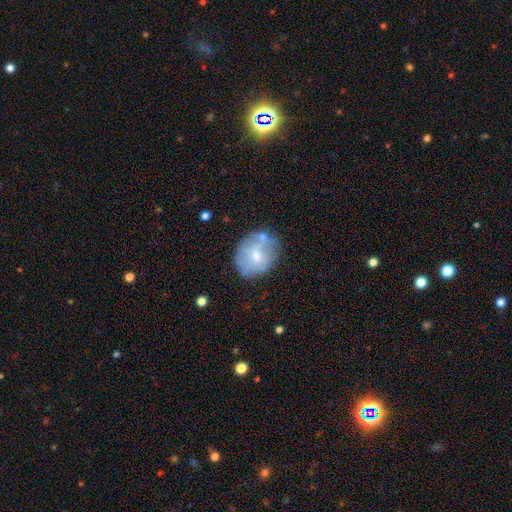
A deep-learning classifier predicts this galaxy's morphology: Smooth or featured?
  - smooth: 53% *
  - featured or disk: 38%
  - star or artifact: 9%
How rounded?
  - round: 56% *
  - in between: 43%
  - cigar-shaped: 1%
Merging?
  - none: 57% *
  - minor disturbance: 24%
  - merger: 10%
  - major disturbance: 9%